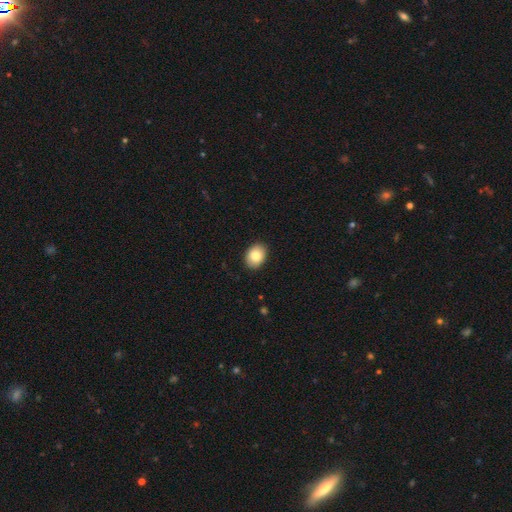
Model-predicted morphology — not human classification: Smooth or featured? smooth (85%)
How rounded? in between (72%)
Merging? none (89%)